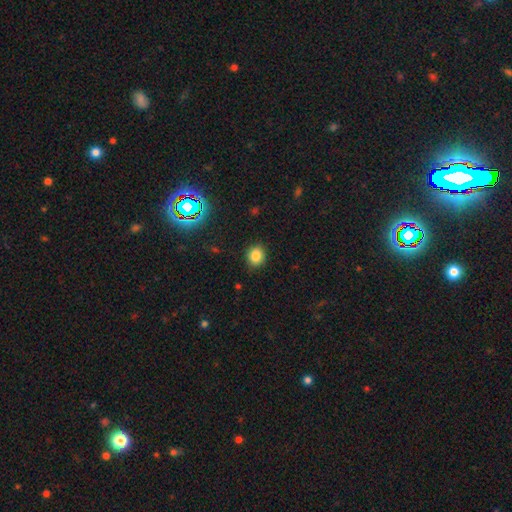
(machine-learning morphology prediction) smooth-or-featured: smooth: 83% | star or artifact: 12% | featured or disk: 5%
  how-rounded: round: 72% | in between: 27% | cigar-shaped: 1%
  merging: none: 88% | minor disturbance: 9% | major disturbance: 2% | merger: 1%